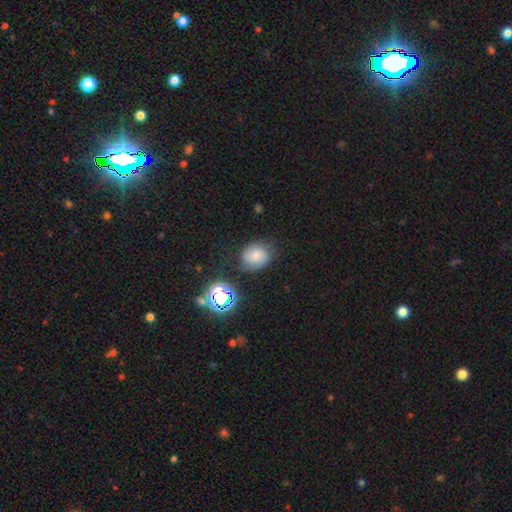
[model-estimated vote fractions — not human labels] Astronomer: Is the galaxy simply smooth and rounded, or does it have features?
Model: smooth — 56%.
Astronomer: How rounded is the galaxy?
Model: round — 56% (runner-up: in between, 43%).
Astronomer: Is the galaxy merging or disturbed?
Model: none — 68%.